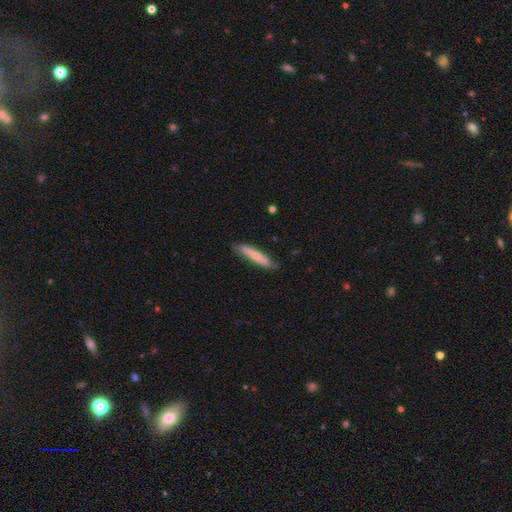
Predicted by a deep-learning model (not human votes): smooth_or_featured: smooth (p=0.60) [alt: featured or disk p=0.35]
how_rounded: cigar-shaped (p=0.91) [alt: in between p=0.08]
merging: none (p=0.76) [alt: minor disturbance p=0.19]